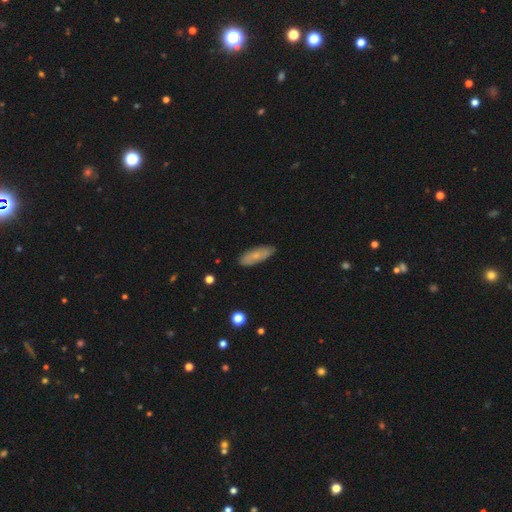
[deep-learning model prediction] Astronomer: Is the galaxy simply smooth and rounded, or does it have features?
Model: smooth — 64%.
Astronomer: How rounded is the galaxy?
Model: in between — 66%.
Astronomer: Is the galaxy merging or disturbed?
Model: none — 85%.